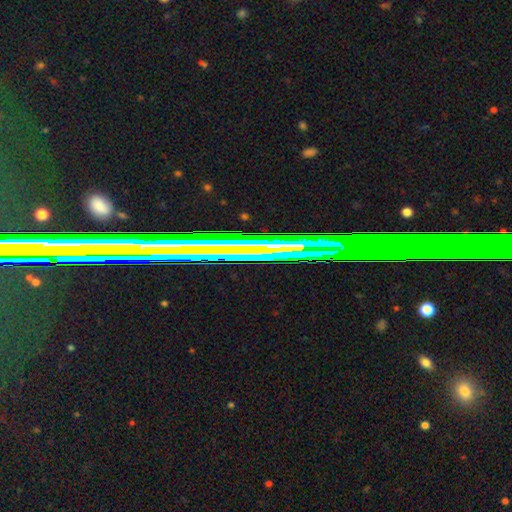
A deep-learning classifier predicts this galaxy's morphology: This is possibly a star or artifact rather than a galaxy (58%).